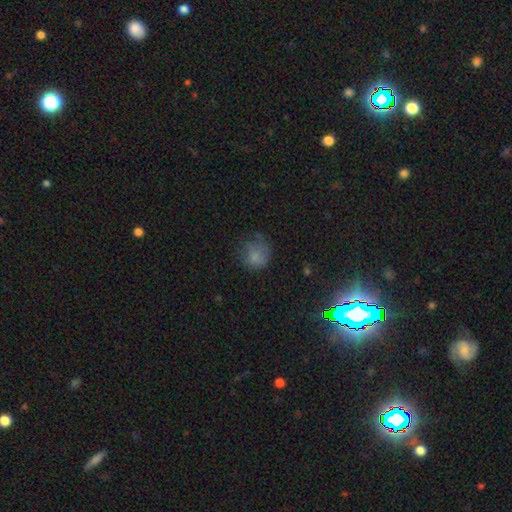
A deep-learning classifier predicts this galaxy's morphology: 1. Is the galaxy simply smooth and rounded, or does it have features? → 69% smooth, 17% star or artifact, 14% featured or disk.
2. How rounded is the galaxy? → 76% round, 23% in between, 1% cigar-shaped.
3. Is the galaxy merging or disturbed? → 53% none, 26% minor disturbance, 19% major disturbance, 3% merger.